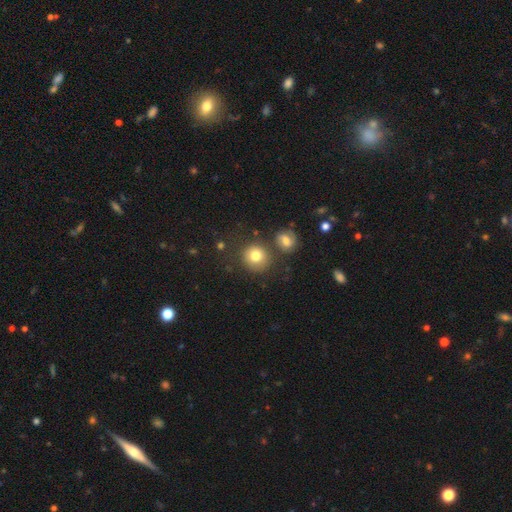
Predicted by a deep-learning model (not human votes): A smooth galaxy with no disk features (79%) that is round (89%). Merging: none (73%).